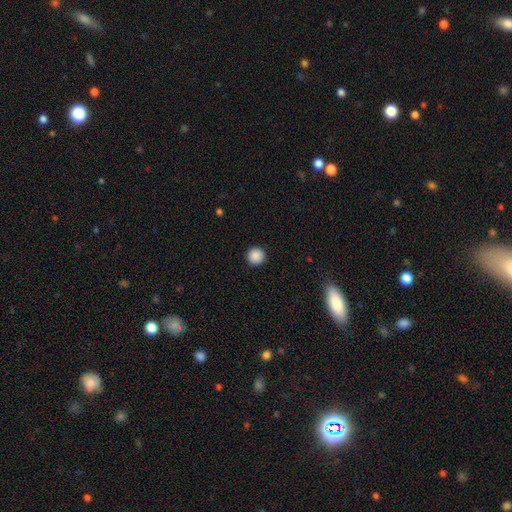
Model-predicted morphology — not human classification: Smooth or featured? smooth (88%)
How rounded? round (96%)
Merging? none (93%)